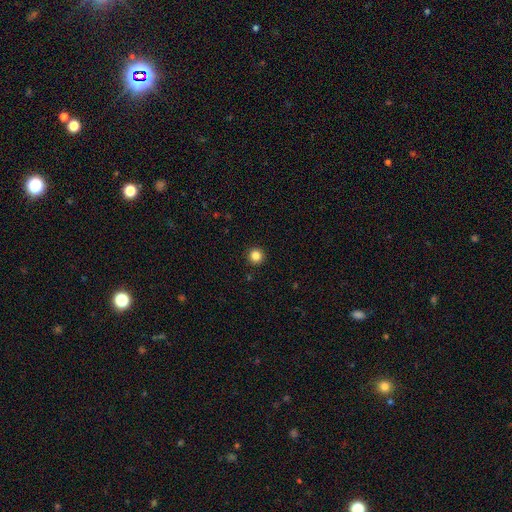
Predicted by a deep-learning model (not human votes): Smooth or featured: smooth — 85% (star or artifact — 12%)
How rounded: round — 96% (in between — 3%)
Merging: none — 93% (minor disturbance — 5%)